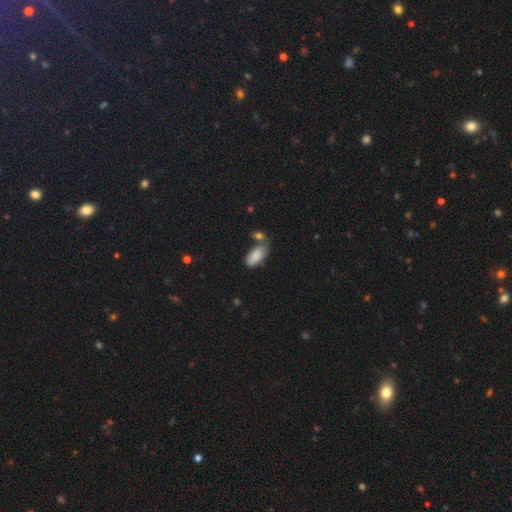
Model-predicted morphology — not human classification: This is clearly a smooth galaxy (86%). How rounded: clearly in between (91%). Merging: possibly none (52%).